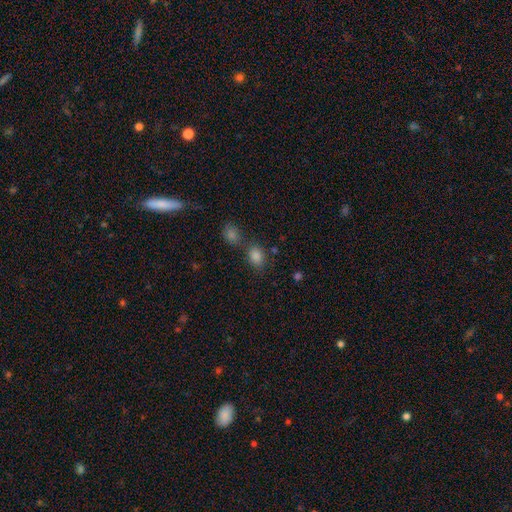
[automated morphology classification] This is clearly a smooth galaxy (81%). How rounded: likely in between (71%). Merging: possibly none (58%).